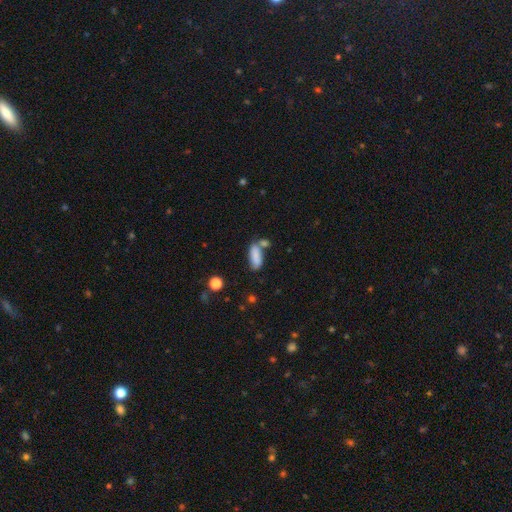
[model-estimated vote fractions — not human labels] Smooth or featured?
  - smooth: 83% *
  - featured or disk: 9%
  - star or artifact: 8%
How rounded?
  - in between: 74% *
  - cigar-shaped: 23%
  - round: 3%
Merging?
  - none: 49% *
  - merger: 29%
  - minor disturbance: 16%
  - major disturbance: 5%